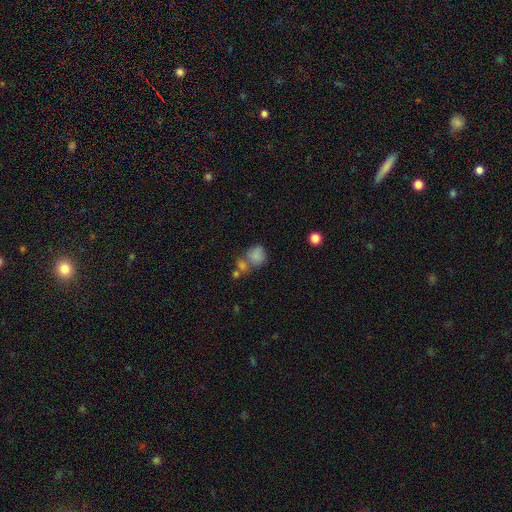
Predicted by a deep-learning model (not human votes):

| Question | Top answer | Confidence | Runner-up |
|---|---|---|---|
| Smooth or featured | smooth | 78% | featured or disk (11%) |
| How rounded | round | 69% | in between (30%) |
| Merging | merger | 44% | none (36%) |